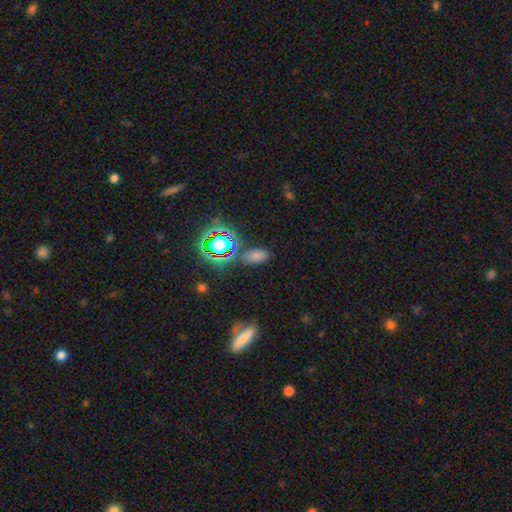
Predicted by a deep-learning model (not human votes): Smooth or featured? Predicted: smooth (p=0.64). How rounded? Predicted: in between (p=0.89). Merging? Predicted: none (p=0.75).